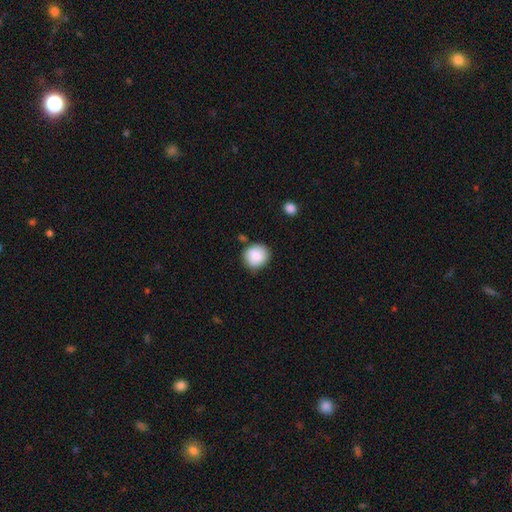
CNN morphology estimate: smooth 87%, star or artifact 8%, featured or disk 5%. Down the decision tree: how rounded — round (86%); merging — none (79%).